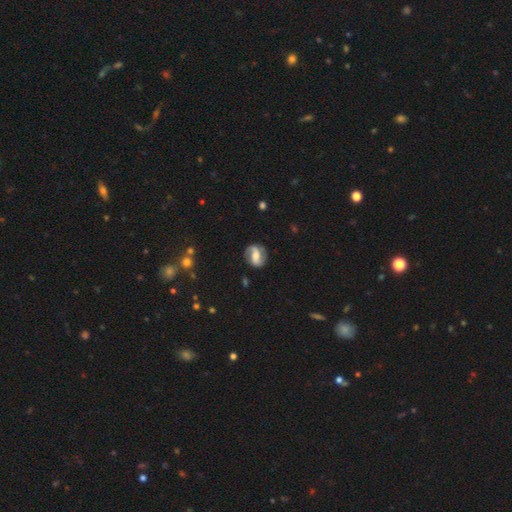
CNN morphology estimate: Smooth or featured?
  - featured or disk: 77% *
  - smooth: 17%
  - star or artifact: 6%
Edge-on disk?
  - no: 97% *
  - yes: 3%
Bar?
  - weak: 42% *
  - strong: 35%
  - no: 23%
Spiral arms?
  - yes: 92% *
  - no: 8%
Spiral winding?
  - medium: 45% *
  - loose: 30%
  - tight: 25%
Spiral arm count?
  - 2: 90% *
  - can't tell: 4%
  - 1: 3%
  - 3: 1%
  - 4: 1%
  - more than 4: 1%
Bulge size?
  - moderate: 57% *
  - small: 26%
  - large: 11%
  - none: 5%
  - dominant: 2%
Merging?
  - none: 80% *
  - minor disturbance: 13%
  - major disturbance: 5%
  - merger: 2%